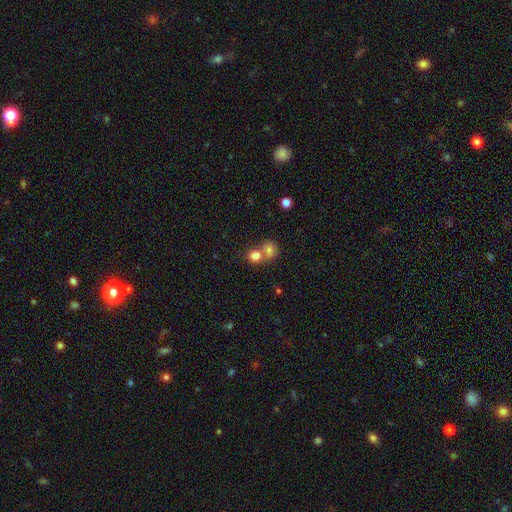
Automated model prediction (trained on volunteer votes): A smooth galaxy with no disk features (78%) that is round (75%).

Vote fractions:
- Smooth or featured? smooth: 78% / star or artifact: 11% / featured or disk: 11%
- How rounded? round: 75% / in between: 24% / cigar-shaped: 1%
- Merging? merger: 57% / none: 34% / minor disturbance: 6% / major disturbance: 3%